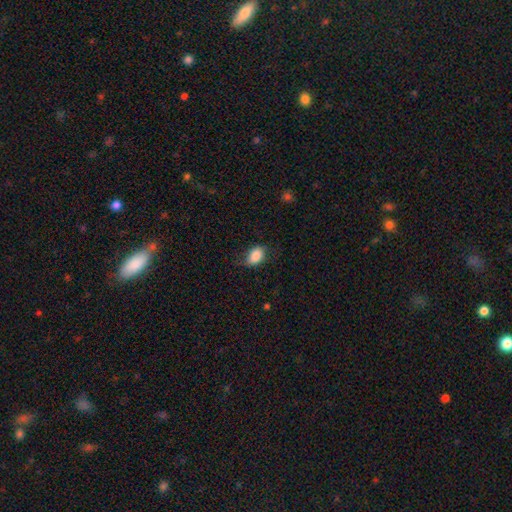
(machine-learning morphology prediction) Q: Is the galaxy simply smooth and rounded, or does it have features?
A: smooth — 84%.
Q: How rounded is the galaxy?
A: in between — 85%.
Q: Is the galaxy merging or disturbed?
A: none — 64%.